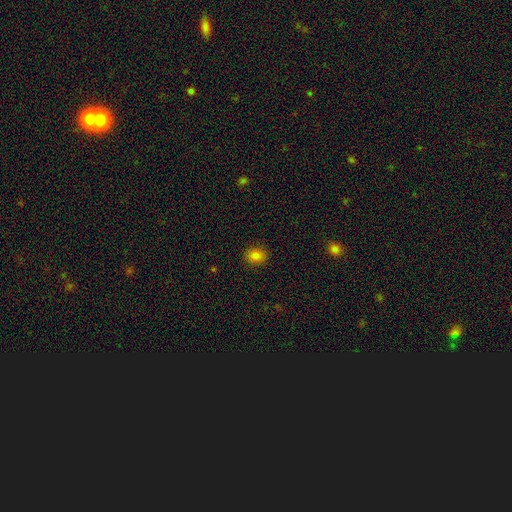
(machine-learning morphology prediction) smooth-or-featured: smooth: 82% | star or artifact: 13% | featured or disk: 5%
  how-rounded: round: 51% | in between: 48% | cigar-shaped: 1%
  merging: none: 89% | minor disturbance: 8% | major disturbance: 2% | merger: 1%